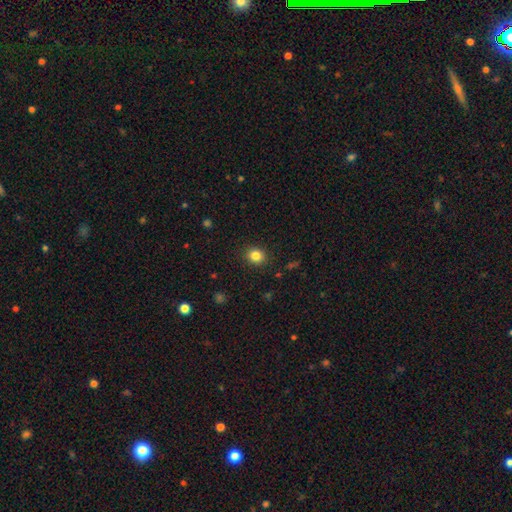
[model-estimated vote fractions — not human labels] Smooth or featured? Predicted: smooth (p=0.83). How rounded? Predicted: round (p=0.76). Merging? Predicted: none (p=0.90).